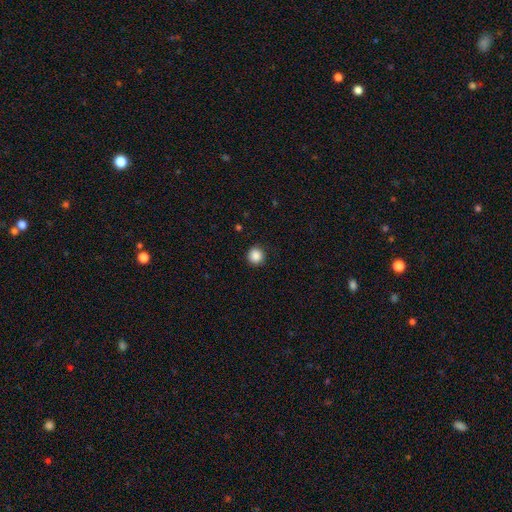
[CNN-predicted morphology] A smooth galaxy with no disk features (87%) that is round (94%). Merging: none (89%).